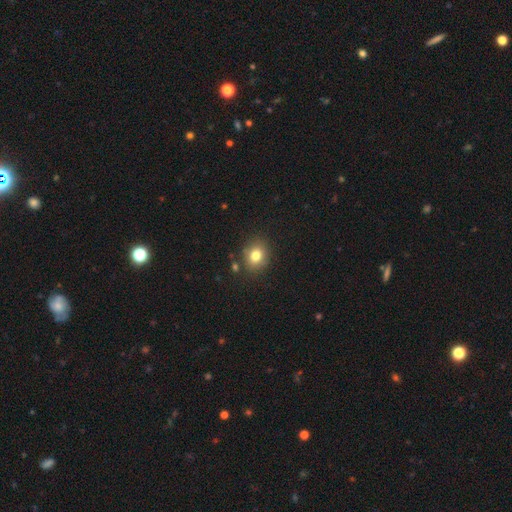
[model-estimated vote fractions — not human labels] Smooth or featured? Predicted: smooth (p=0.80). How rounded? Predicted: round (p=0.62). Merging? Predicted: none (p=0.84).